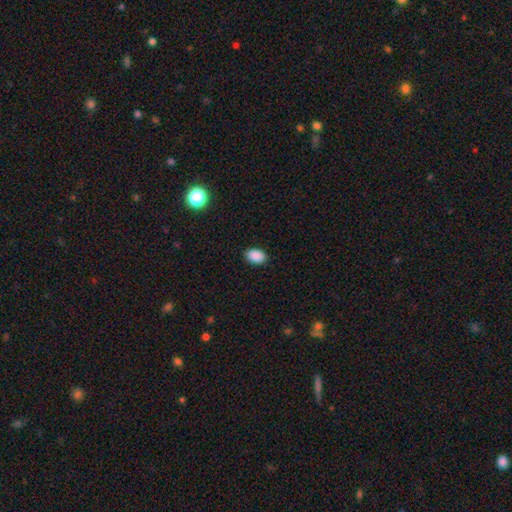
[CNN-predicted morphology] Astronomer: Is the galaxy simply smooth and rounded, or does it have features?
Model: smooth — 89%.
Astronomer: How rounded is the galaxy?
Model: in between — 84%.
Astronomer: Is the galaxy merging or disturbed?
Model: none — 89%.